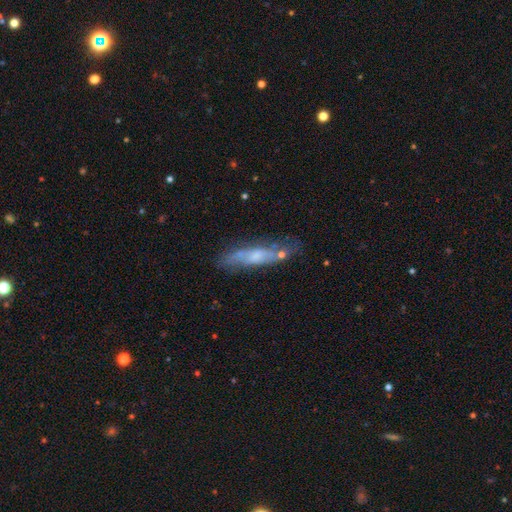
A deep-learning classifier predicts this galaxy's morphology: This is possibly a featured or disk galaxy (50%). It is possibly viewed edge-on (55%). Merging: likely none (62%).